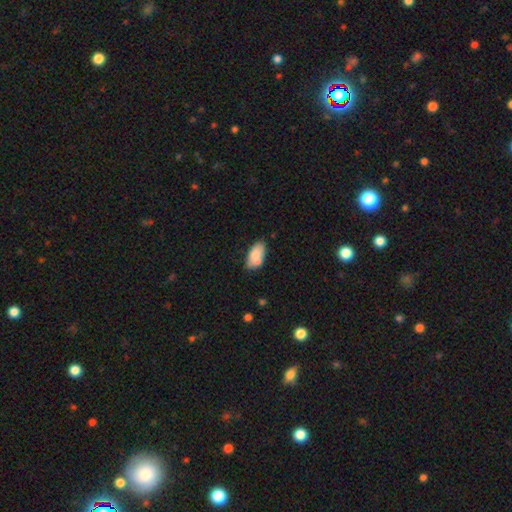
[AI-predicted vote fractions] smooth_or_featured: smooth (p=0.79) [alt: featured or disk p=0.14]
how_rounded: in between (p=0.93) [alt: cigar-shaped p=0.04]
merging: none (p=0.61) [alt: minor disturbance p=0.22]